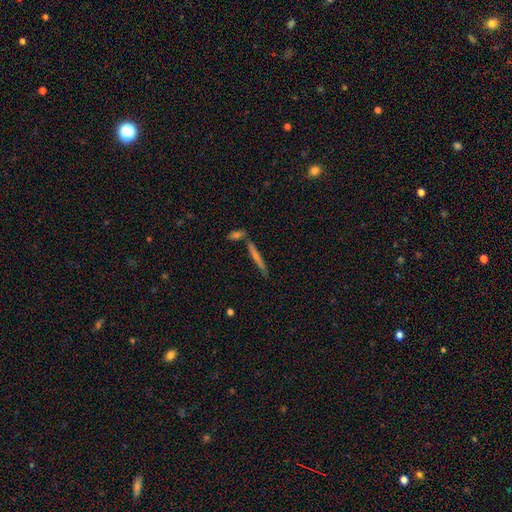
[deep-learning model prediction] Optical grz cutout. It shows a featured or disk galaxy (41%). Merging: none (68%).